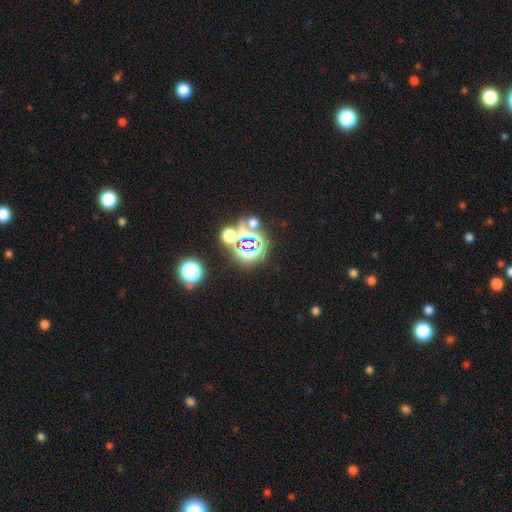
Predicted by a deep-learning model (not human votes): Morphology: type=star or artifact (79%).